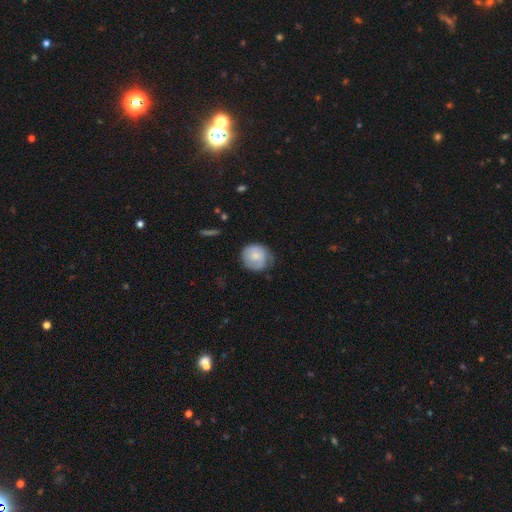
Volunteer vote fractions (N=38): Smooth or featured?
  - smooth: 71% *
  - featured or disk: 24%
  - star or artifact: 5%
How rounded?
  - round: 78% *
  - in between: 22%
  - cigar-shaped: 0%
Merging?
  - none: 67% *
  - minor disturbance: 28%
  - major disturbance: 6%
  - merger: 0%